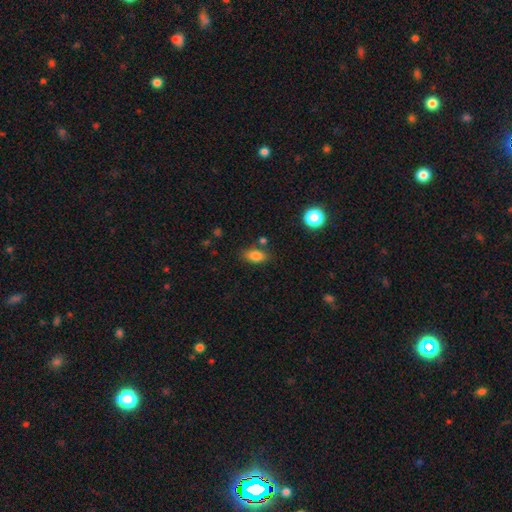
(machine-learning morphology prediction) A smooth galaxy with no disk features (83%) that is in between round and cigar-shaped (86%). Merging: none (77%).